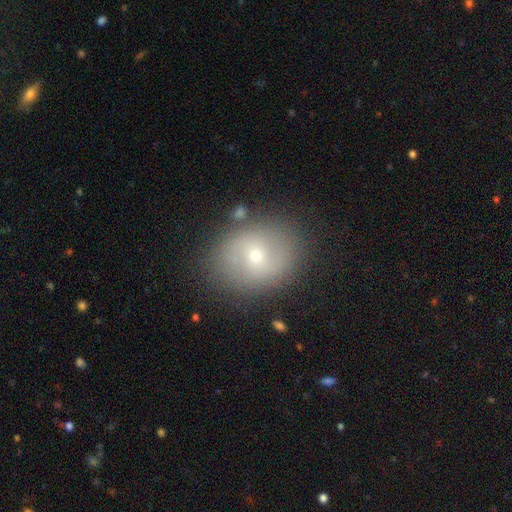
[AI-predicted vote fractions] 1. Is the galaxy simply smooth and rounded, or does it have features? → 46% smooth, 44% featured or disk, 11% star or artifact.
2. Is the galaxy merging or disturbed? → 82% none, 12% minor disturbance, 4% major disturbance, 2% merger.